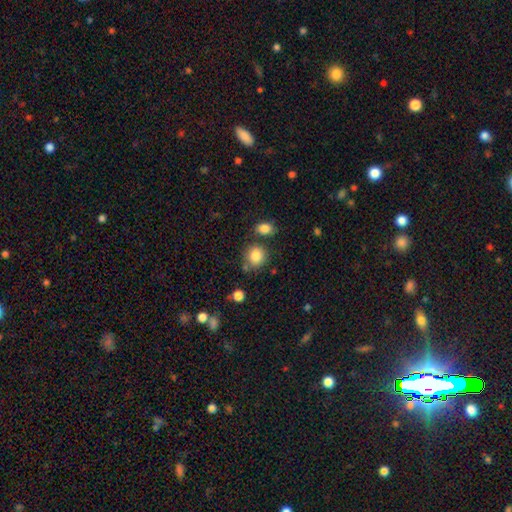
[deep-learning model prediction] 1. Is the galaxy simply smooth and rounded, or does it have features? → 84% smooth, 10% star or artifact, 6% featured or disk.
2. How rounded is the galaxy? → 81% round, 18% in between, 1% cigar-shaped.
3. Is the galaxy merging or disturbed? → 70% none, 13% merger, 12% minor disturbance, 4% major disturbance.